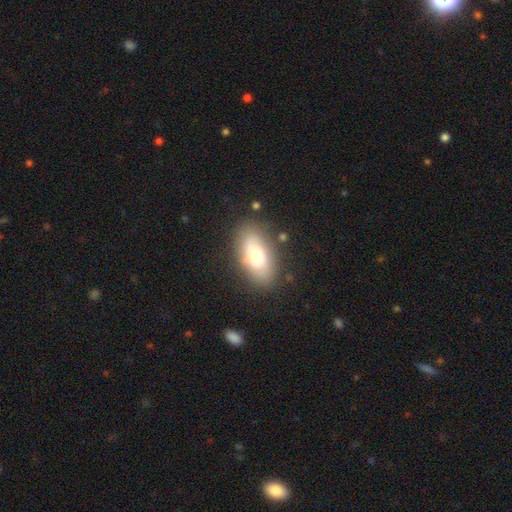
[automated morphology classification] type=smooth (68%); roundness=in between (90%); merging=none (76%).